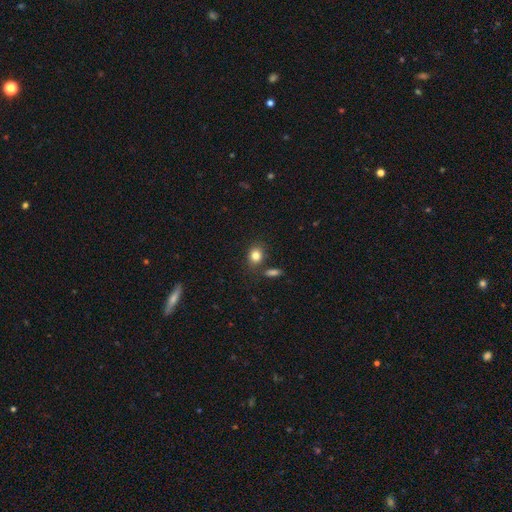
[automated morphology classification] type=smooth (83%); roundness=round (51%); merging=none (74%).